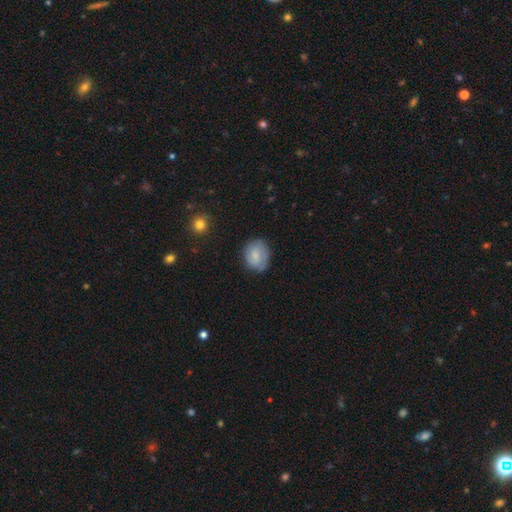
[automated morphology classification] smooth-or-featured: smooth: 68% | featured or disk: 24% | star or artifact: 7%
  how-rounded: round: 55% | in between: 44% | cigar-shaped: 1%
  merging: none: 71% | minor disturbance: 22% | major disturbance: 6% | merger: 1%